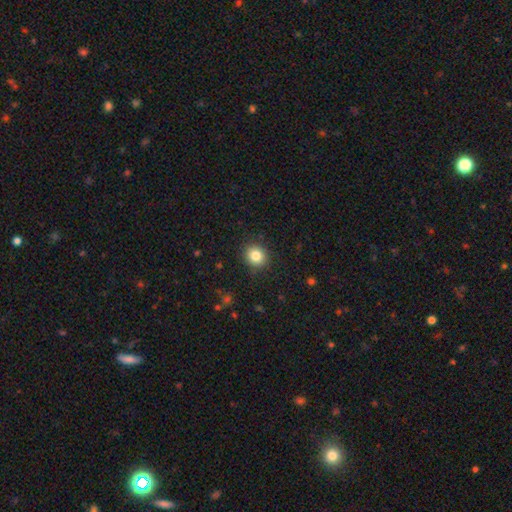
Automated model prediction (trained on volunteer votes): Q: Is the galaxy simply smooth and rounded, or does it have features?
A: smooth — 83%.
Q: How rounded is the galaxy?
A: round — 81%.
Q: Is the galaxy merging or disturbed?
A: none — 89%.